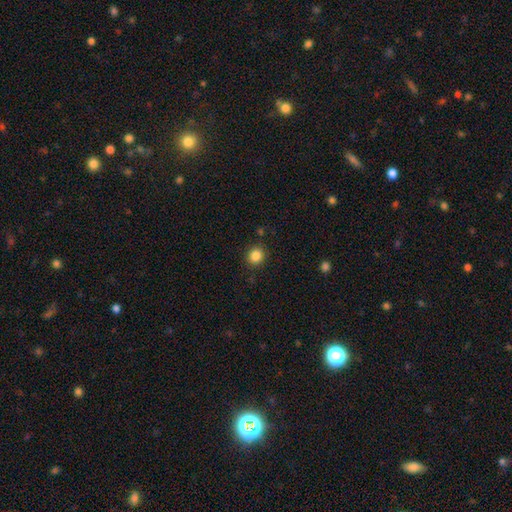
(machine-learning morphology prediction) Smooth or featured?
  - smooth: 86% *
  - star or artifact: 10%
  - featured or disk: 4%
How rounded?
  - round: 78% *
  - in between: 21%
  - cigar-shaped: 1%
Merging?
  - none: 88% *
  - minor disturbance: 8%
  - major disturbance: 3%
  - merger: 2%